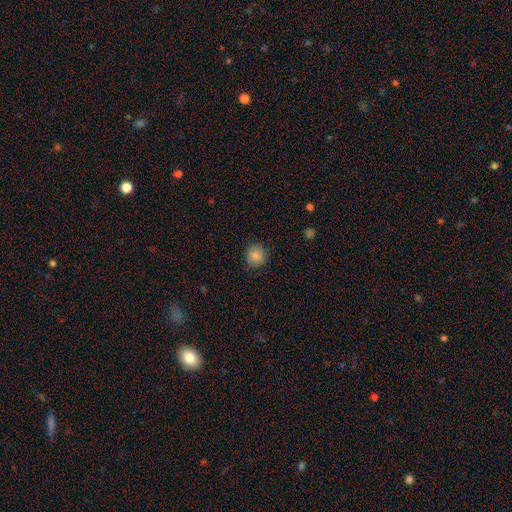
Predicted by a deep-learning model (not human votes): smooth 85%, star or artifact 9%, featured or disk 6%. Down the decision tree: how rounded — round (86%); merging — none (82%).